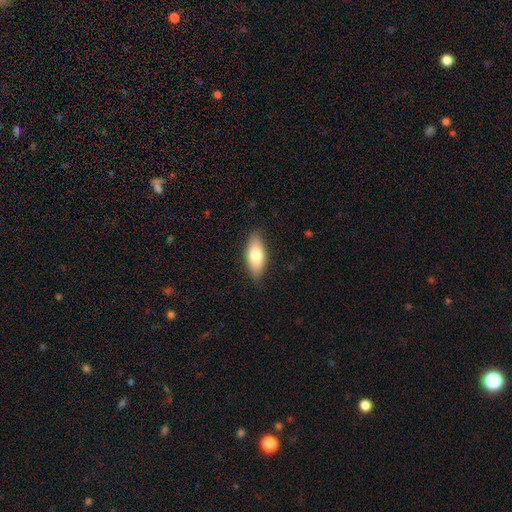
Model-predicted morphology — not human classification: Overall: smooth (77%). How rounded: in between (81%). Merging: none (85%).